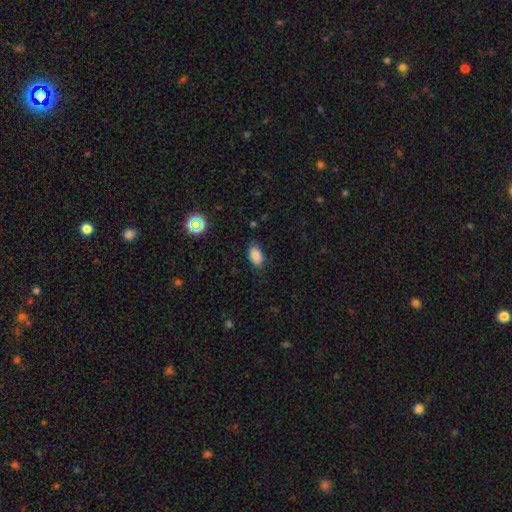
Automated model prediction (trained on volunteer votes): smooth_or_featured: smooth (p=0.86) [alt: star or artifact p=0.10]
how_rounded: in between (p=0.91) [alt: round p=0.07]
merging: none (p=0.83) [alt: minor disturbance p=0.13]